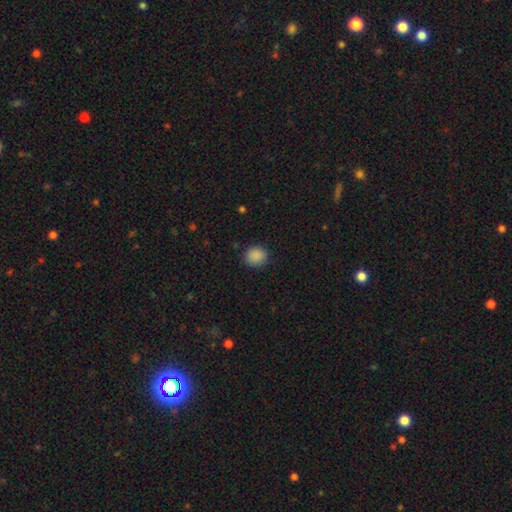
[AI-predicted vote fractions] smooth-or-featured: smooth: 88% | star or artifact: 9% | featured or disk: 3%
  how-rounded: round: 82% | in between: 17% | cigar-shaped: 1%
  merging: none: 88% | minor disturbance: 9% | major disturbance: 3% | merger: 1%